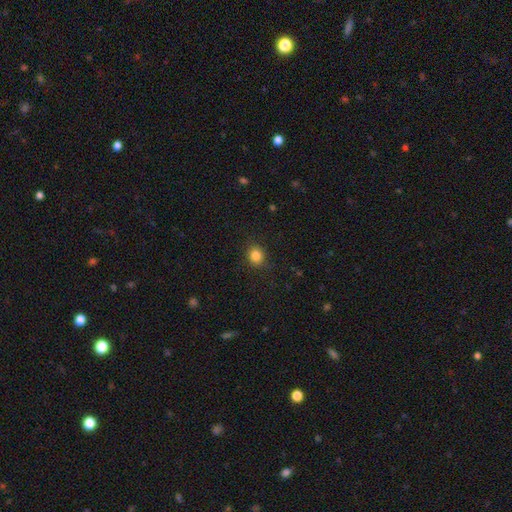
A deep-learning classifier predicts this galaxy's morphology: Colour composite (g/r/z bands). It shows a smooth galaxy with no disk features (84%) that is round (75%). Merging: none (87%).